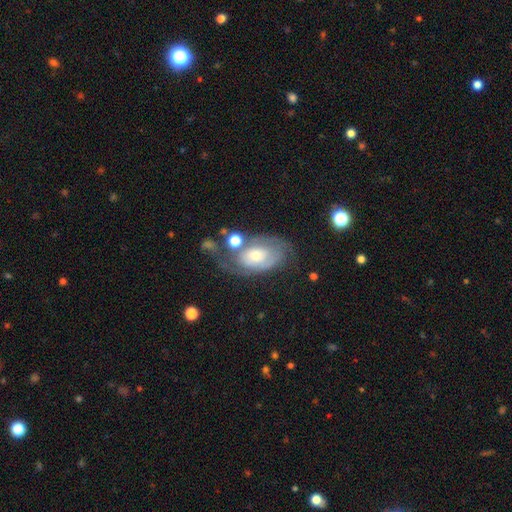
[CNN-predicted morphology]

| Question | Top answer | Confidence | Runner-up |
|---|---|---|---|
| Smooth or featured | featured or disk | 67% | smooth (25%) |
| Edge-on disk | no | 94% | yes (6%) |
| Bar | no | 77% | weak (19%) |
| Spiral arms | yes | 75% | no (25%) |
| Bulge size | small | 51% | moderate (40%) |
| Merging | none | 42% | minor disturbance (24%) |